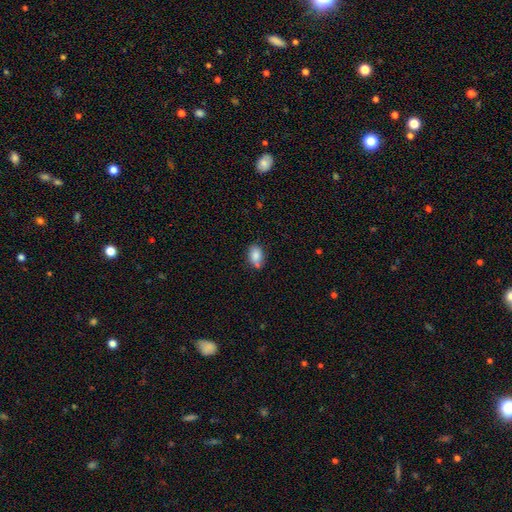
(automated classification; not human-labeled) Q: Smooth or featured?
A: smooth (82%); runner-up: featured or disk (10%)
Q: How rounded?
A: in between (83%); runner-up: round (15%)
Q: Merging?
A: none (61%); runner-up: minor disturbance (23%)